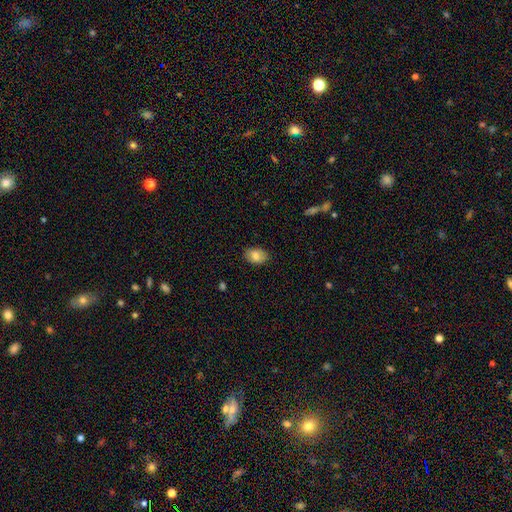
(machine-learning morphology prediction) smooth 81%, featured or disk 11%, star or artifact 7%. Down the decision tree: how rounded — in between (87%); merging — none (86%).